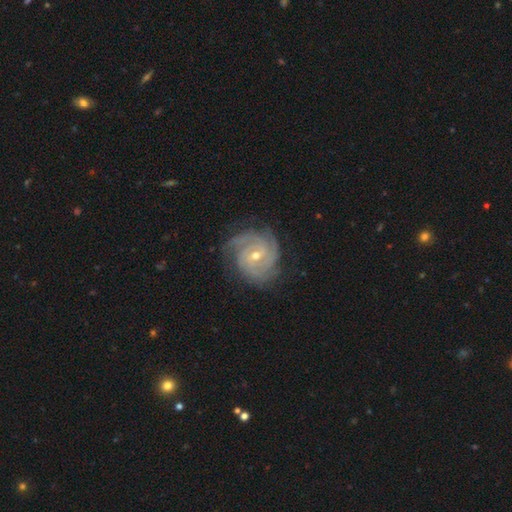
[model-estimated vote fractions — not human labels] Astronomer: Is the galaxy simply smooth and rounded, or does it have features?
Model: featured or disk — 89%.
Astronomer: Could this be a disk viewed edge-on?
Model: no — 98%.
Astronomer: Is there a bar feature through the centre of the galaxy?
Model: no — 47% (runner-up: weak, 41%).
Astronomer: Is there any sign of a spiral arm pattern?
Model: yes — 98%.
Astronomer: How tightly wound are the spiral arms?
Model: tight — 73%.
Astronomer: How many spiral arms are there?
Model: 3 — 36% (runner-up: 4, 19%).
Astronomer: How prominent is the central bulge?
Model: small — 54% (runner-up: moderate, 44%).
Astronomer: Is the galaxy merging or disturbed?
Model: none — 77%.